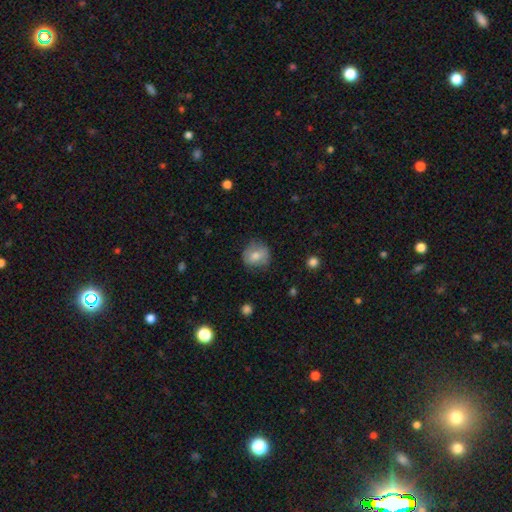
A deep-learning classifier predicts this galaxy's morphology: Smooth or featured? smooth (68%)
How rounded? round (82%)
Merging? none (79%)